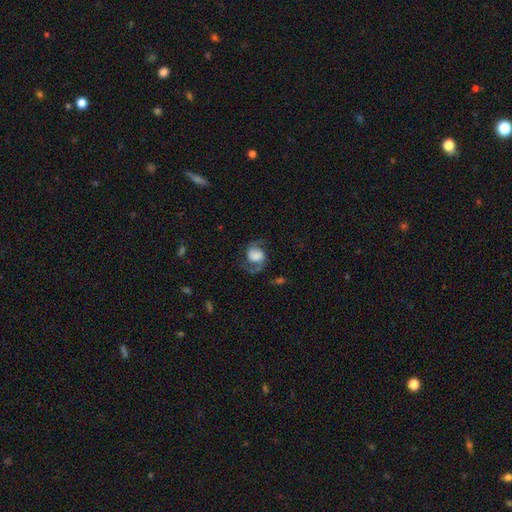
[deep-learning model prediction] smooth-or-featured: featured or disk: 74% | smooth: 18% | star or artifact: 7%
  disk-edge-on: no: 98% | yes: 2%
    bar: no: 57% | weak: 33% | strong: 10%
    has-spiral-arms: yes: 94% | no: 6%
      spiral-winding: medium: 44% (tied) | loose: 44% (tied) | tight: 12%
      spiral-arm-count: 2: 90% | 1: 5% | can't tell: 2% | 3: 1% | 4: 1% | more than 4: 1%
    bulge-size: large: 37% | moderate: 18% | none: 18% | dominant: 15% | small: 12%
  merging: none: 67% | minor disturbance: 16% | major disturbance: 15% | merger: 2%